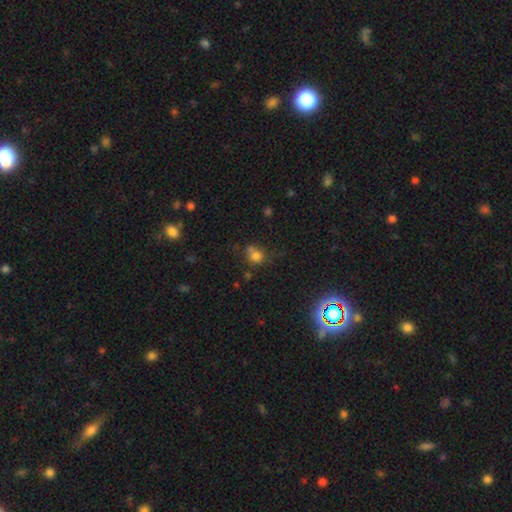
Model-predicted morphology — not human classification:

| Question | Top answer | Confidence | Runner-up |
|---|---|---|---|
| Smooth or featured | smooth | 74% | star or artifact (17%) |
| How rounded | round | 78% | in between (20%) |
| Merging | none | 50% | merger (25%) |